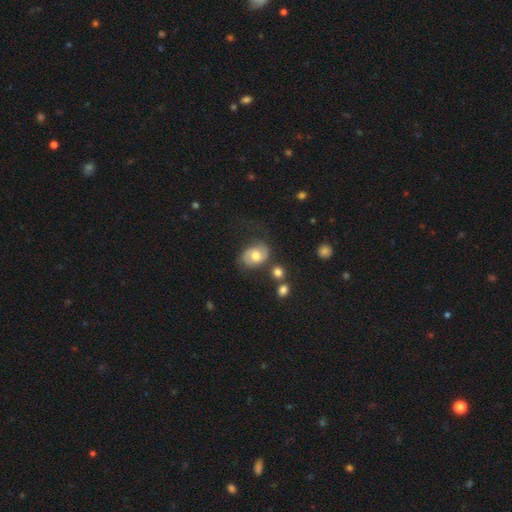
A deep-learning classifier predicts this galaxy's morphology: Overall: smooth (50%; featured or disk 42%). How rounded: in between (71%). Merging: none (63%).